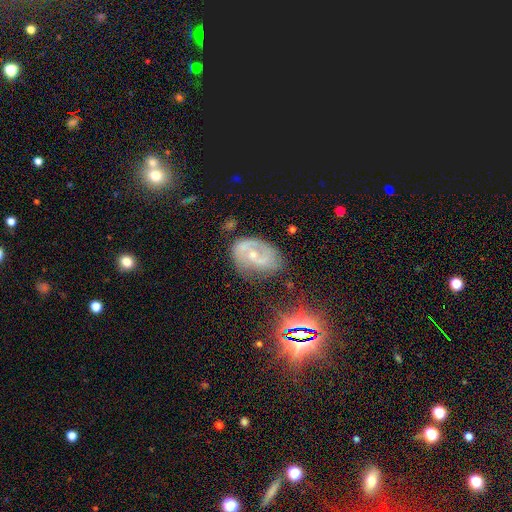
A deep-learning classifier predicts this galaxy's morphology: Smooth or featured?
  - featured or disk: 66% *
  - star or artifact: 19%
  - smooth: 15%
Edge-on disk?
  - no: 96% *
  - yes: 4%
Bar?
  - no: 50% *
  - weak: 36%
  - strong: 14%
Spiral arms?
  - yes: 77% *
  - no: 23%
Bulge size?
  - small: 64% *
  - moderate: 31%
  - none: 3%
  - large: 1%
  - dominant: 1%
Merging?
  - none: 53% *
  - minor disturbance: 26%
  - major disturbance: 15%
  - merger: 6%